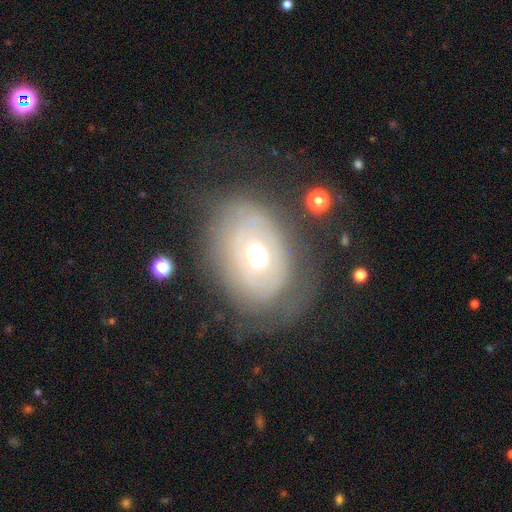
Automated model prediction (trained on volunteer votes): Smooth or featured? Predicted: featured or disk (p=0.65). Edge-on disk? Predicted: no (p=0.94). Bar? Predicted: no (p=0.83). Spiral arms? Predicted: no (p=0.54). Bulge size? Predicted: moderate (p=0.73). Merging? Predicted: none (p=0.67).